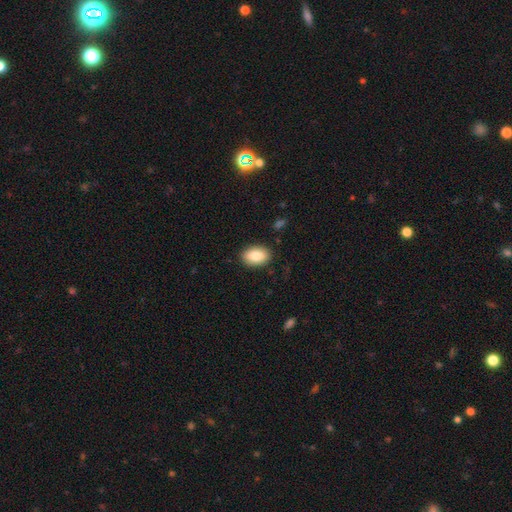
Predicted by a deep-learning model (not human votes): Smooth or featured?
  - smooth: 85% *
  - featured or disk: 8%
  - star or artifact: 7%
How rounded?
  - in between: 88% *
  - round: 11%
  - cigar-shaped: 1%
Merging?
  - none: 88% *
  - minor disturbance: 9%
  - major disturbance: 2%
  - merger: 1%